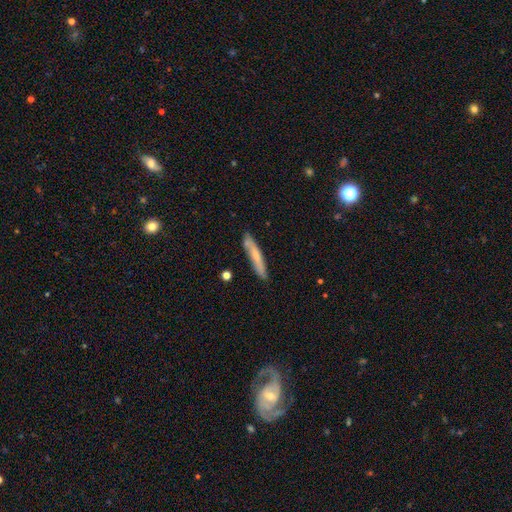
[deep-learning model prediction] Overall: smooth (61%; featured or disk 33%). How rounded: cigar-shaped (93%). Merging: none (83%).